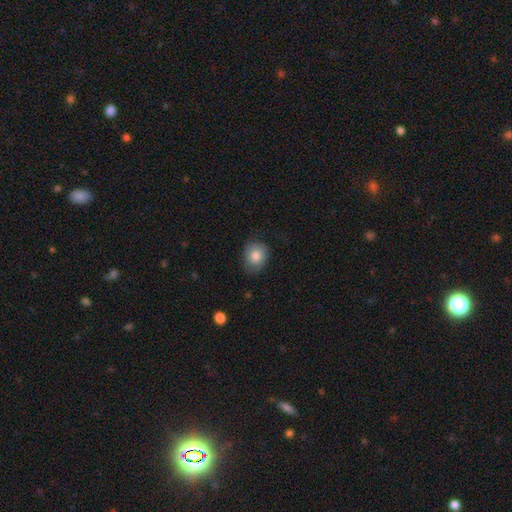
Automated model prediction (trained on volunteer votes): Smooth or featured? smooth (81%)
How rounded? round (55%)
Merging? none (73%)